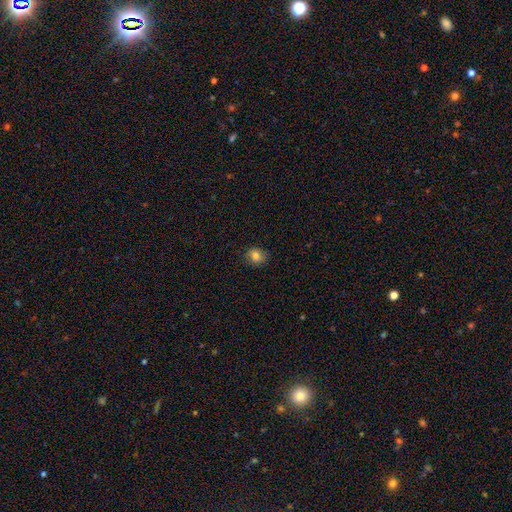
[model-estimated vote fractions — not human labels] Morphology: type=smooth (81%); roundness=round (71%); merging=none (83%).